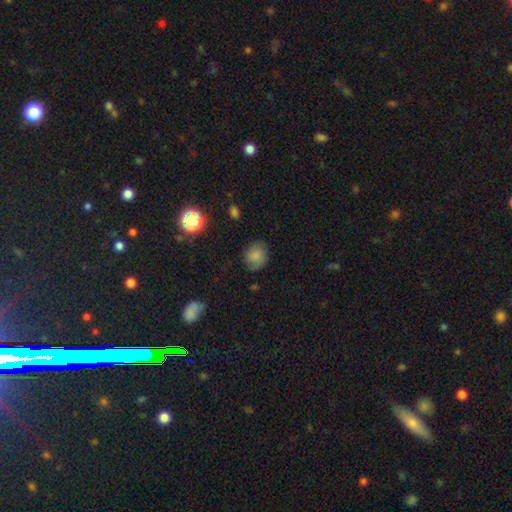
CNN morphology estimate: Smooth or featured: smooth — 79% (star or artifact — 11%)
How rounded: round — 71% (in between — 28%)
Merging: none — 76% (minor disturbance — 18%)